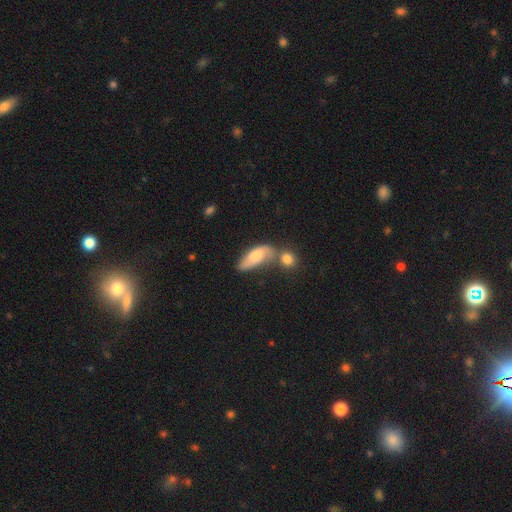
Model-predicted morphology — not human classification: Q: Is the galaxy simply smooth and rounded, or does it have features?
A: smooth — 60%.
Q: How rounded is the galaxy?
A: in between — 72%.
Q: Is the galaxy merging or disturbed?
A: none — 38%.